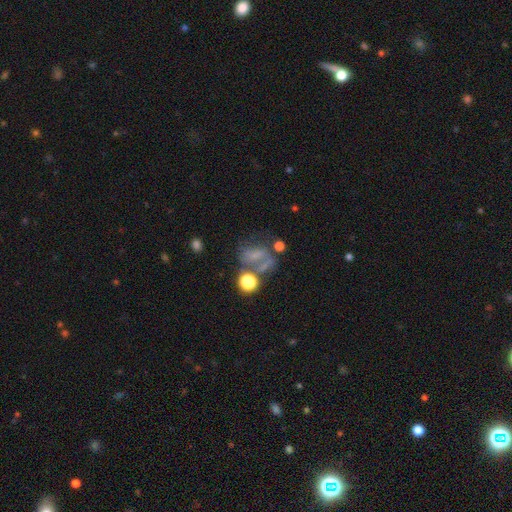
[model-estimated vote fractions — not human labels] A featured or disk galaxy (39%). Merging: none (33%).